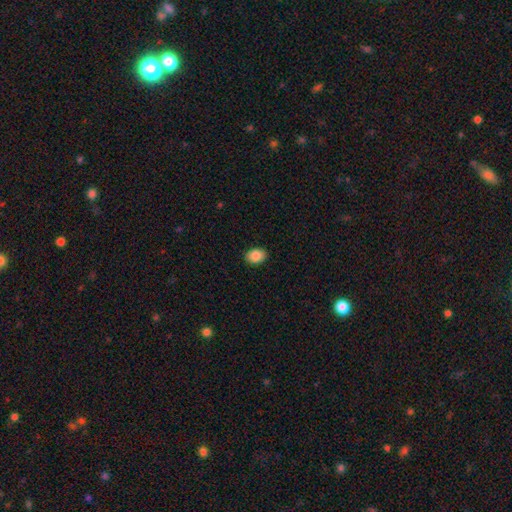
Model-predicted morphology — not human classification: Overall: smooth (87%). How rounded: in between (72%). Merging: none (90%).